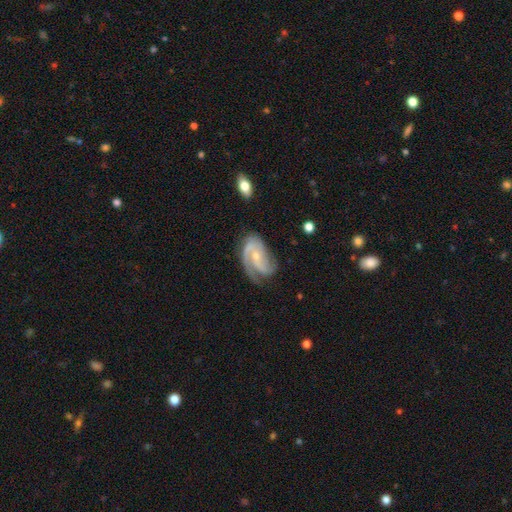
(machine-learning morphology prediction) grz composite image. It shows a featured or disk galaxy (85%) with no bar (55%), 2 (55%) medium (47%) spiral arms (96%) and a small central bulge (69%). Merging: none (58%).